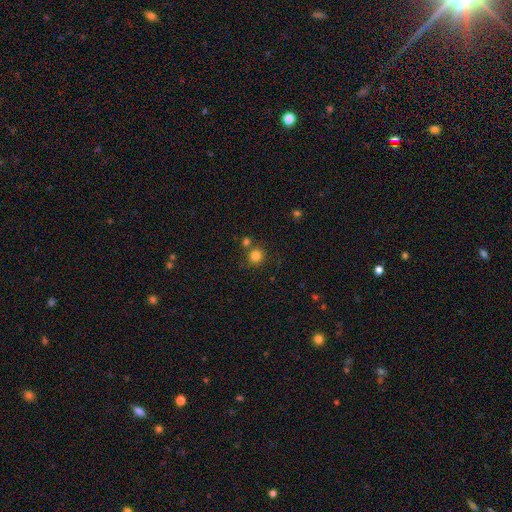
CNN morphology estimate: The model was most divided on "merging": none: 74%, merger: 14%, minor disturbance: 9%, major disturbance: 3%. More confident: how rounded — round (91%); smooth or featured — smooth (82%).